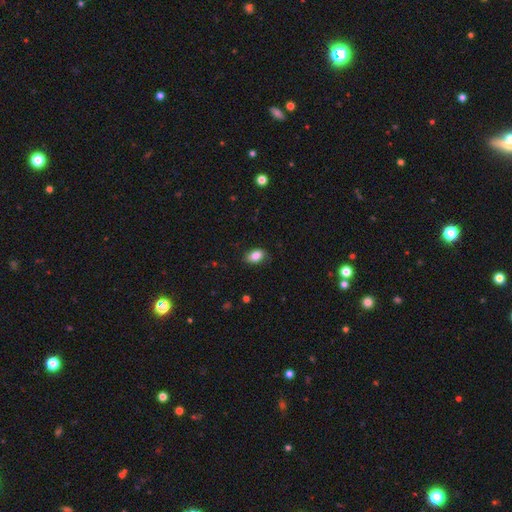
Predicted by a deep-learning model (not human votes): Q: Smooth or featured?
A: smooth (85%); runner-up: star or artifact (8%)
Q: How rounded?
A: in between (87%); runner-up: round (11%)
Q: Merging?
A: none (81%); runner-up: minor disturbance (15%)